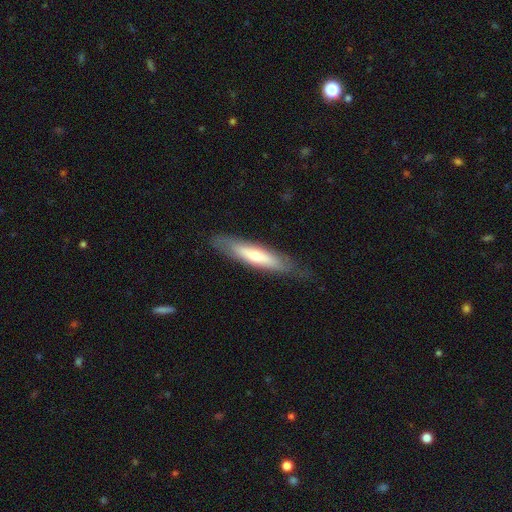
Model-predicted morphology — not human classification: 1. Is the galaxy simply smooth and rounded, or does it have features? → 58% smooth, 37% featured or disk, 5% star or artifact.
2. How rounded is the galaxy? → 76% cigar-shaped, 22% in between, 1% round.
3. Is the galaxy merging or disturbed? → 79% none, 16% minor disturbance, 4% major disturbance, 1% merger.